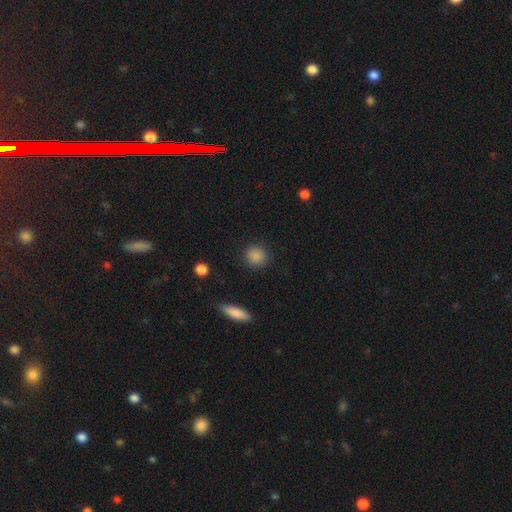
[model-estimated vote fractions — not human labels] This appears to be a smooth galaxy with no disk features (87%) that is round (87%). Merging: none (89%).